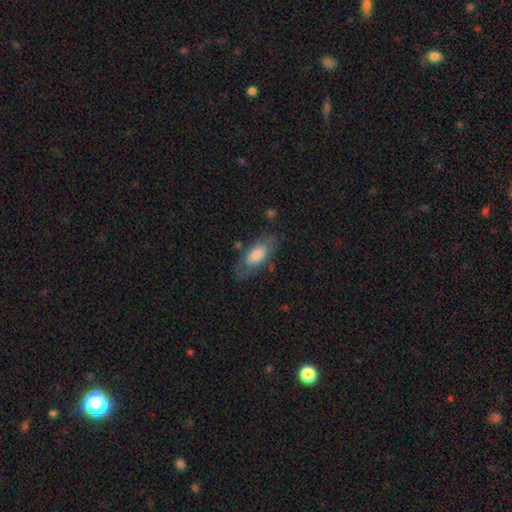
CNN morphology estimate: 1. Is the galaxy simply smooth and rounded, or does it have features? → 68% smooth, 25% featured or disk, 6% star or artifact.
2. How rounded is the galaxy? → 86% in between, 11% cigar-shaped, 3% round.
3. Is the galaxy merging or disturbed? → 64% none, 22% minor disturbance, 12% major disturbance, 2% merger.